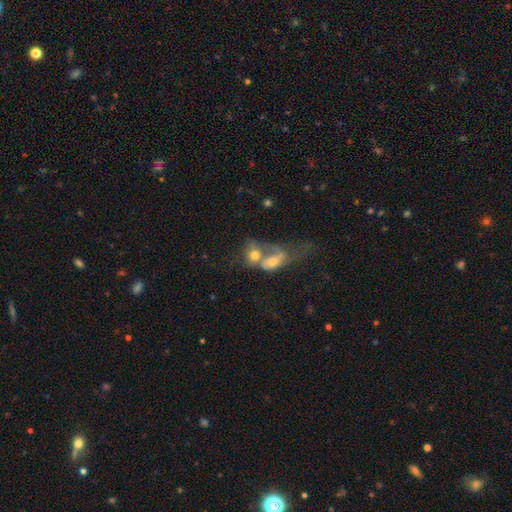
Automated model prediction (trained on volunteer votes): Smooth or featured? smooth (47%)
Merging? merger (76%)